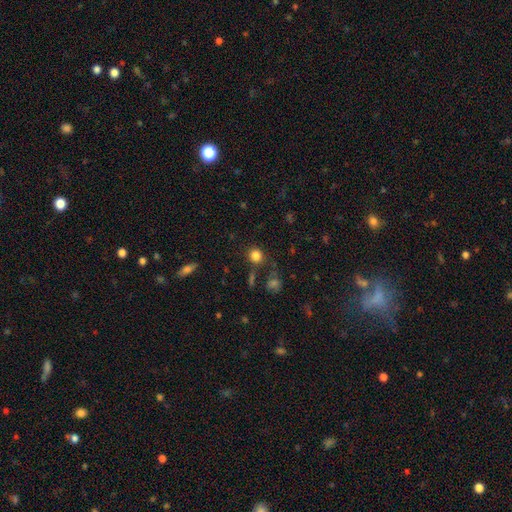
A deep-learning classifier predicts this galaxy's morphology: Smooth or featured?
  - smooth: 83% *
  - star or artifact: 12%
  - featured or disk: 5%
How rounded?
  - round: 87% *
  - in between: 12%
  - cigar-shaped: 1%
Merging?
  - none: 79% *
  - minor disturbance: 11%
  - merger: 6%
  - major disturbance: 4%